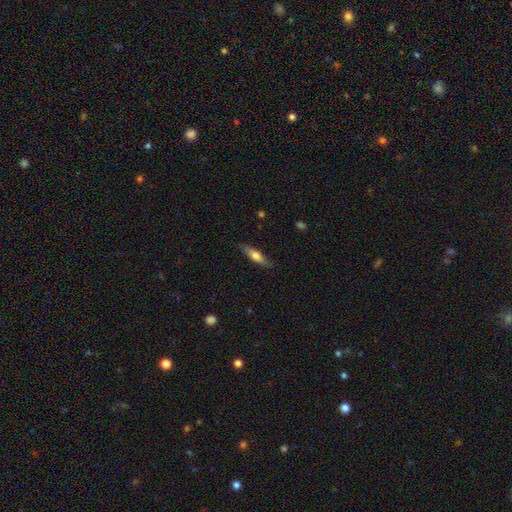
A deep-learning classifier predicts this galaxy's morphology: Smooth or featured? smooth (54%)
How rounded? cigar-shaped (72%)
Merging? none (84%)